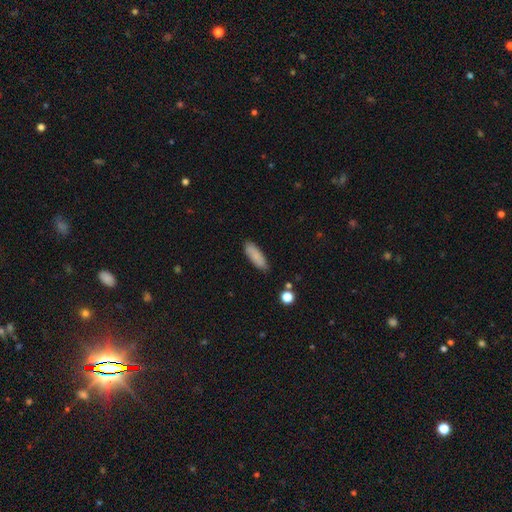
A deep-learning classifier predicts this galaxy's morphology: This is clearly a smooth galaxy (84%). How rounded: possibly in between (59%). Merging: clearly none (86%).